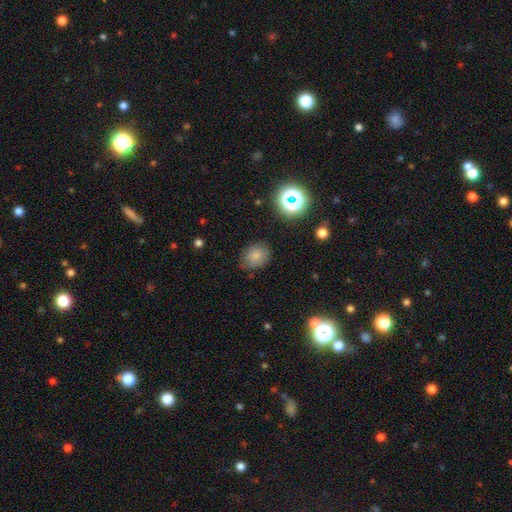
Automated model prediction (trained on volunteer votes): smooth-or-featured: smooth: 78% | star or artifact: 14% | featured or disk: 7%
  how-rounded: round: 59% | in between: 40% | cigar-shaped: 1%
  merging: none: 78% | minor disturbance: 16% | major disturbance: 4% | merger: 2%